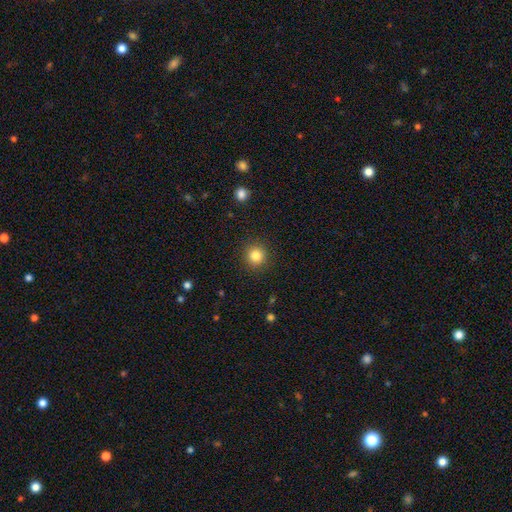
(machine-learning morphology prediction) Smooth or featured?
  - smooth: 83% *
  - star or artifact: 11%
  - featured or disk: 6%
How rounded?
  - round: 93% *
  - in between: 6%
  - cigar-shaped: 1%
Merging?
  - none: 91% *
  - minor disturbance: 6%
  - major disturbance: 2%
  - merger: 1%